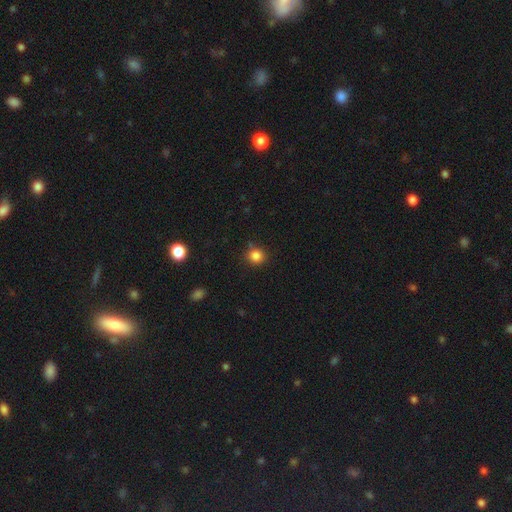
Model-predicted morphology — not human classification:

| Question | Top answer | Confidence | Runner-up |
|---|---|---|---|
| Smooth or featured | smooth | 84% | star or artifact (12%) |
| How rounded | round | 89% | in between (10%) |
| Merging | none | 84% | minor disturbance (11%) |